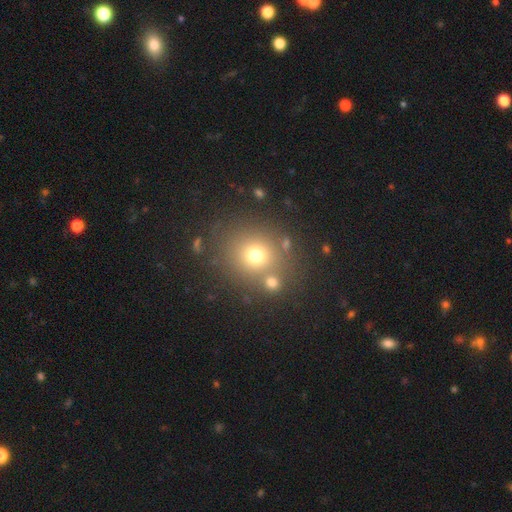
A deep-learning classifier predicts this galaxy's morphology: This appears to be a smooth galaxy with no disk features (68%) that is round (83%). Merging: none (74%).